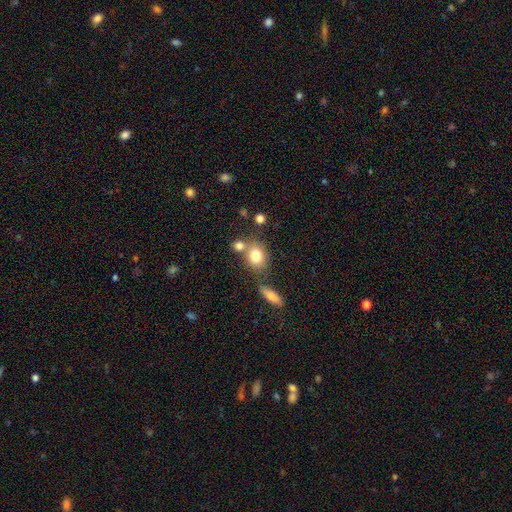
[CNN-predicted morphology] A smooth galaxy with no disk features (78%) that is round (57%). Merging: none (54%).